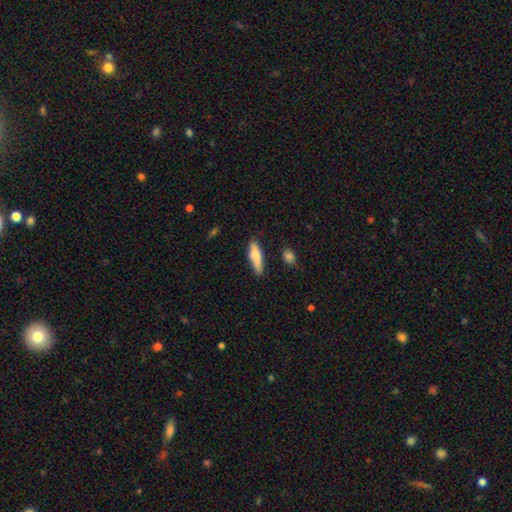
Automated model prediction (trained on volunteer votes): A smooth galaxy with no disk features (76%) that is cigar-shaped (66%). Merging: none (75%).